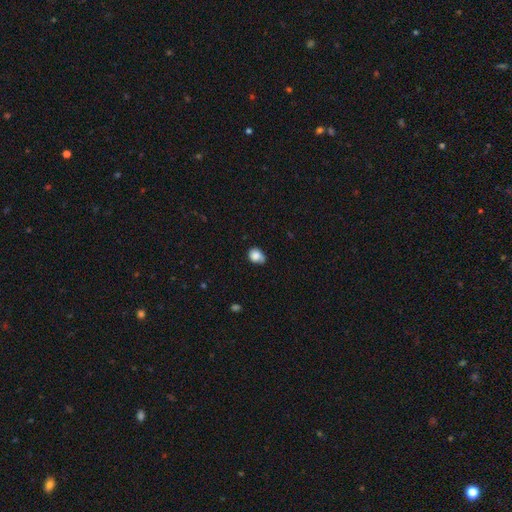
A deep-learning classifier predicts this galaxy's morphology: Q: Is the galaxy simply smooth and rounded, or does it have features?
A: smooth — 83%.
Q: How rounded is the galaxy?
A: in between — 56%.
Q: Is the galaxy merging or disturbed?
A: none — 54%.